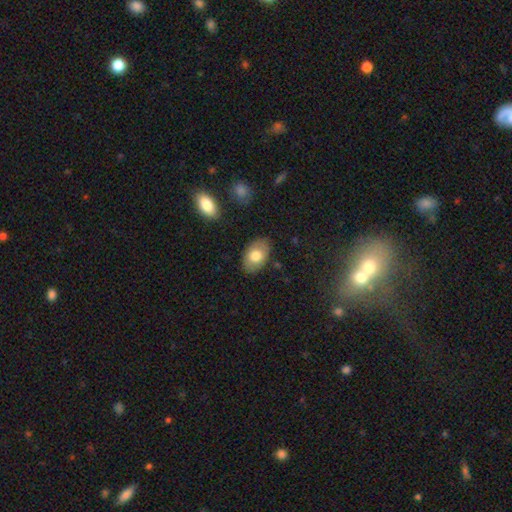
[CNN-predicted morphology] Smooth or featured? Predicted: smooth (p=0.74). How rounded? Predicted: in between (p=0.90). Merging? Predicted: none (p=0.84).